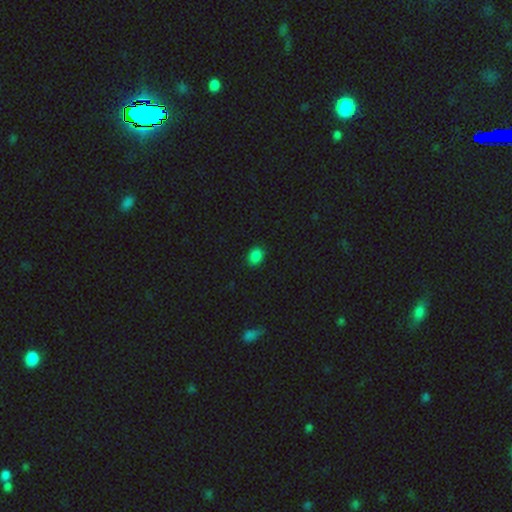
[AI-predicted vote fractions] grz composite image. It shows a smooth galaxy with no disk features (84%) that is in between round and cigar-shaped (63%). Merging: none (87%).